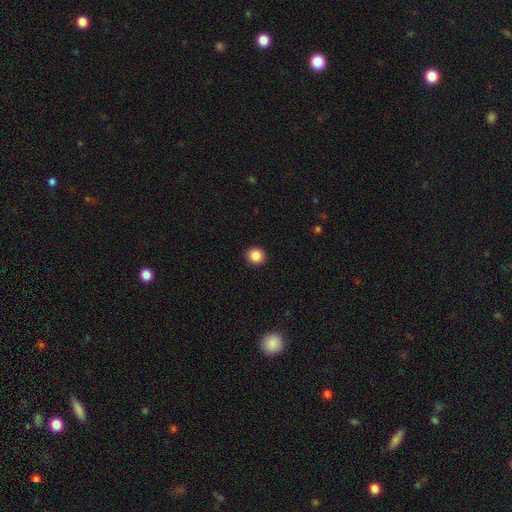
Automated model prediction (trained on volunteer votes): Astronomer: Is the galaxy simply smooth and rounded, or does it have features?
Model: smooth — 87%.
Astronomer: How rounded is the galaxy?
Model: round — 92%.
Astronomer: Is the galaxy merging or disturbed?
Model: none — 93%.